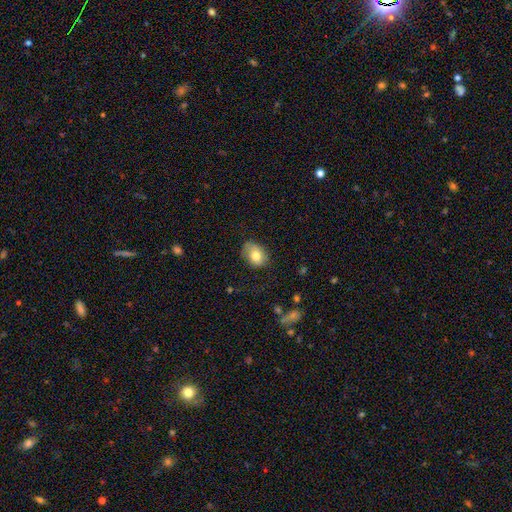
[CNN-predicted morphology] smooth 77%, featured or disk 15%, star or artifact 8%. Down the decision tree: how rounded — in between (59%); merging — none (63%).